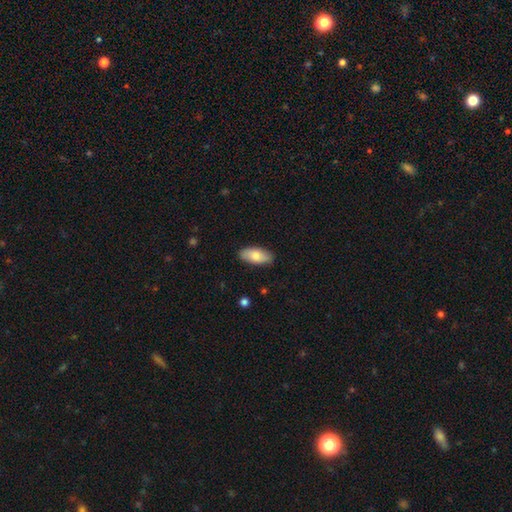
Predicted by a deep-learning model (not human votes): Smooth or featured? Predicted: smooth (p=0.79). How rounded? Predicted: in between (p=0.89). Merging? Predicted: none (p=0.87).